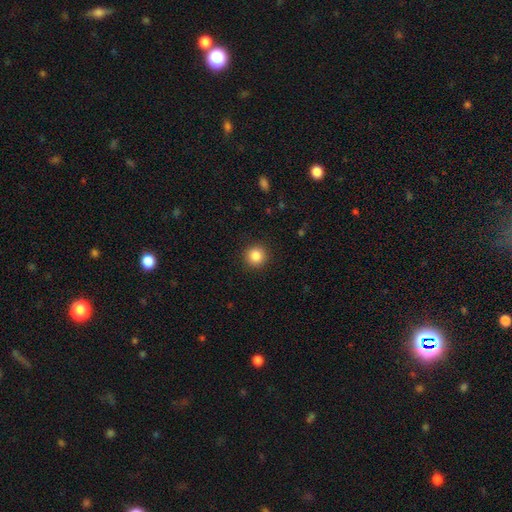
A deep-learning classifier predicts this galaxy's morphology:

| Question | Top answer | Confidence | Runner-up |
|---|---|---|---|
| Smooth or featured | smooth | 86% | star or artifact (10%) |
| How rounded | round | 95% | in between (4%) |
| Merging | none | 92% | minor disturbance (5%) |